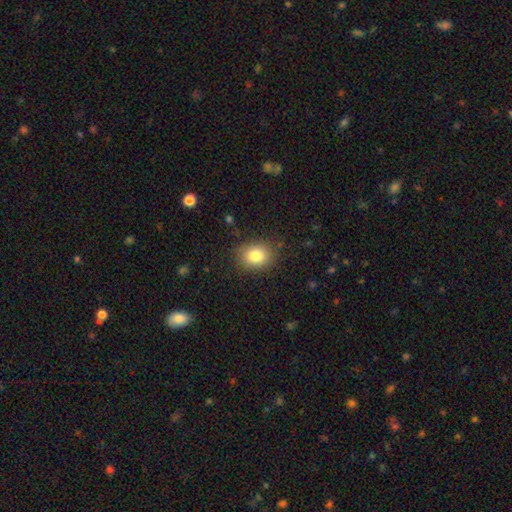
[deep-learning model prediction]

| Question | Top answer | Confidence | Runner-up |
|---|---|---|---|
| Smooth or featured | smooth | 82% | star or artifact (10%) |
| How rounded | round | 51% | in between (48%) |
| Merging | none | 83% | minor disturbance (12%) |